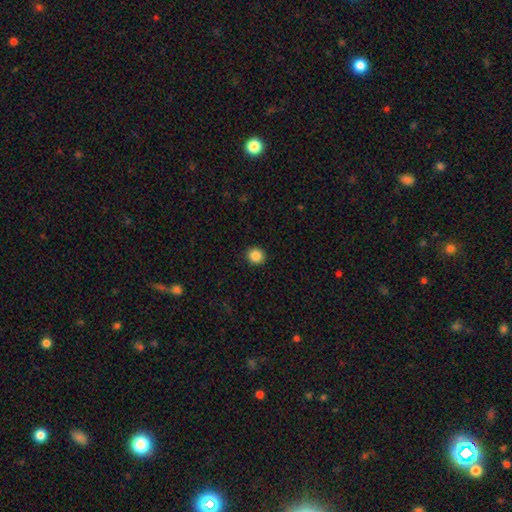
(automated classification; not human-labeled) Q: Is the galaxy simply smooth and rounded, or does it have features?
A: smooth — 86%.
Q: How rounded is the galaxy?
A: round — 87%.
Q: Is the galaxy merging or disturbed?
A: none — 92%.